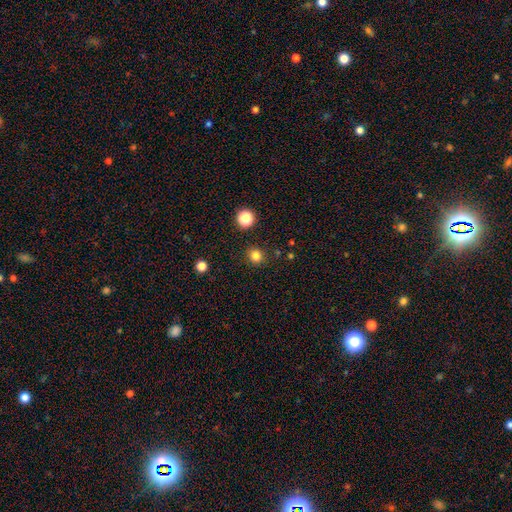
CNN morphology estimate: Smooth or featured?
  - smooth: 81% *
  - star or artifact: 14%
  - featured or disk: 5%
How rounded?
  - round: 88% *
  - in between: 11%
  - cigar-shaped: 1%
Merging?
  - none: 89% *
  - minor disturbance: 7%
  - major disturbance: 2%
  - merger: 2%